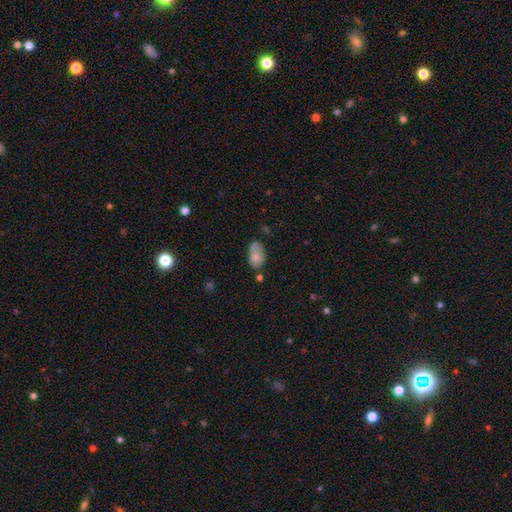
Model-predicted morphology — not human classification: Overall: smooth (76%). How rounded: in between (90%). Merging: none (44%; minor disturbance 31%).